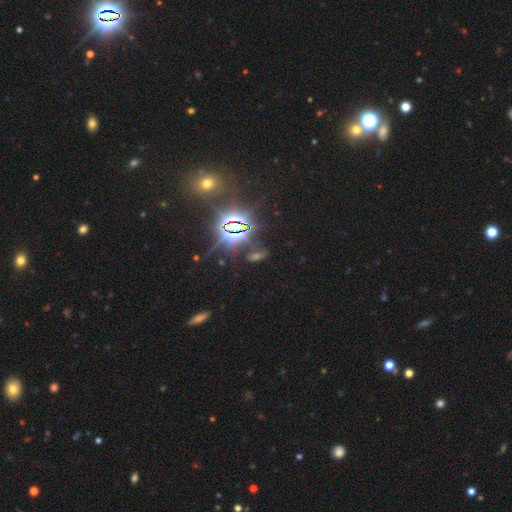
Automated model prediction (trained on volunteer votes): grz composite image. It shows a star or artifact, not a galaxy (73%).